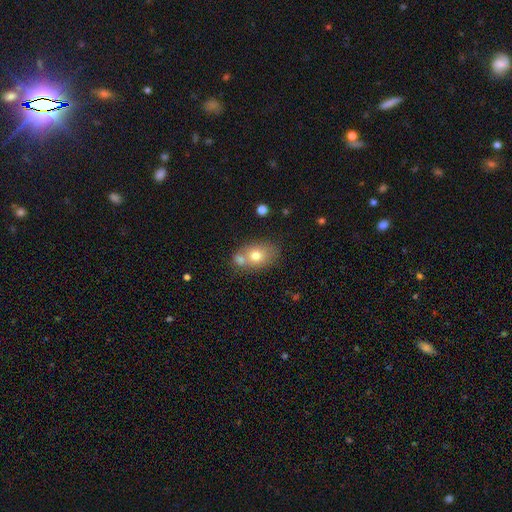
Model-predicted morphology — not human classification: type=smooth (73%); roundness=in between (73%); merging=none (42%).